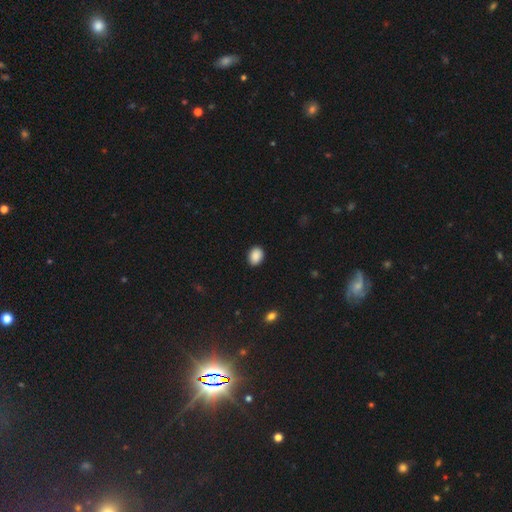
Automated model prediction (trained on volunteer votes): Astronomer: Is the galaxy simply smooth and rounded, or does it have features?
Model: smooth — 89%.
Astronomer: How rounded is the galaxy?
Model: in between — 68%.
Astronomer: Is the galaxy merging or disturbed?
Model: none — 87%.